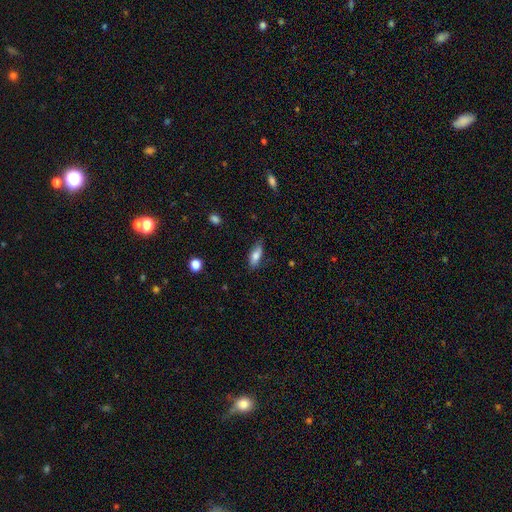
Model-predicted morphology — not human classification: Q: Smooth or featured?
A: smooth (78%); runner-up: featured or disk (14%)
Q: How rounded?
A: in between (73%); runner-up: cigar-shaped (24%)
Q: Merging?
A: none (74%); runner-up: minor disturbance (20%)